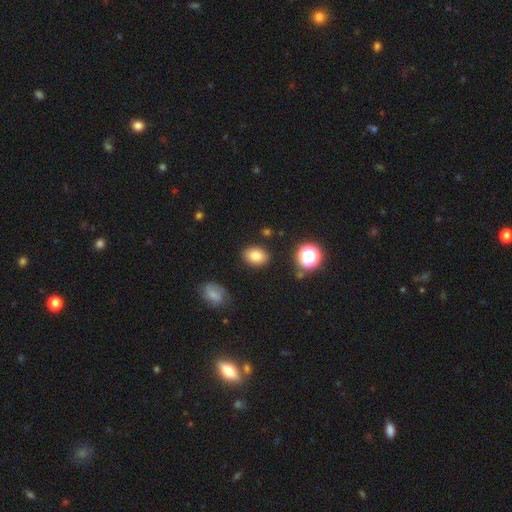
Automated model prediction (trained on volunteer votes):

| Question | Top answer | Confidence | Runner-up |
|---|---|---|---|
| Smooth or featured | smooth | 81% | star or artifact (12%) |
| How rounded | in between | 69% | round (30%) |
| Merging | none | 86% | minor disturbance (9%) |